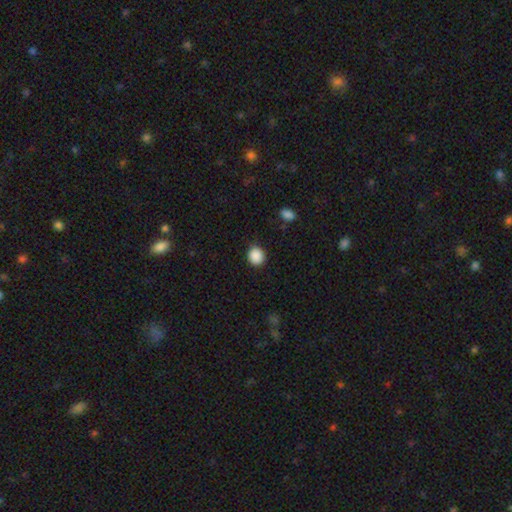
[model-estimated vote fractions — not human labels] Smooth or featured?
  - smooth: 89% *
  - star or artifact: 9%
  - featured or disk: 3%
How rounded?
  - round: 85% *
  - in between: 14%
  - cigar-shaped: 1%
Merging?
  - none: 88% *
  - minor disturbance: 9%
  - major disturbance: 2%
  - merger: 1%